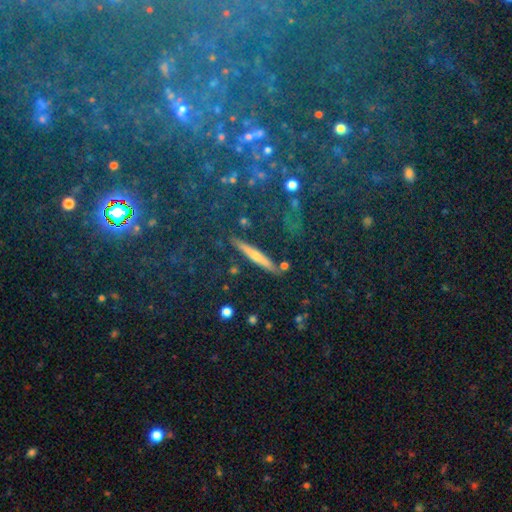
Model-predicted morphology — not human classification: Smooth or featured? smooth (44%)
Merging? none (85%)